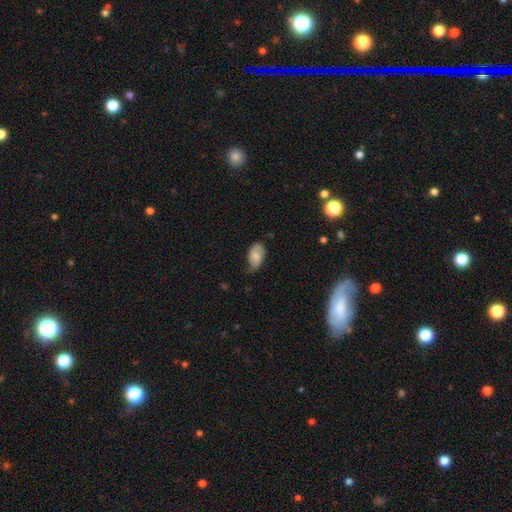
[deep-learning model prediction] Smooth or featured?
  - smooth: 73% *
  - featured or disk: 19%
  - star or artifact: 7%
How rounded?
  - in between: 93% *
  - round: 6%
  - cigar-shaped: 2%
Merging?
  - none: 56% *
  - minor disturbance: 35%
  - major disturbance: 7%
  - merger: 2%